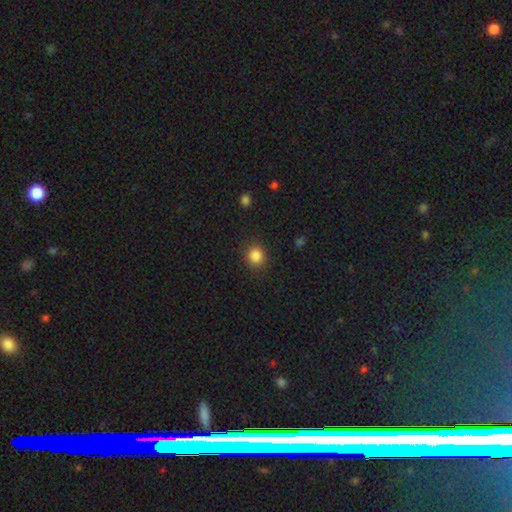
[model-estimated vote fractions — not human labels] Smooth or featured: smooth — 85% (star or artifact — 11%)
How rounded: round — 87% (in between — 12%)
Merging: none — 89% (minor disturbance — 7%)